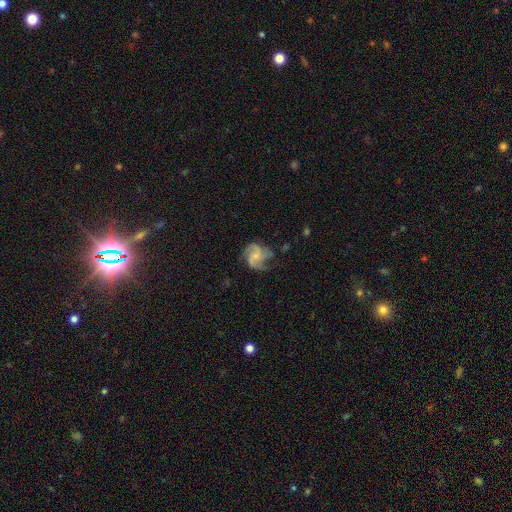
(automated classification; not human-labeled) Overall: featured or disk (76%). Edge-on disk: no (98%). Bar: no (59%; weak 34%). Spiral arms: yes (94%). Spiral arm count: 3 (47%; 2 27%). Spiral winding: medium (50%; loose 29%). Bulge size: small (58%; moderate 21%). Merging: none (57%; minor disturbance 25%).